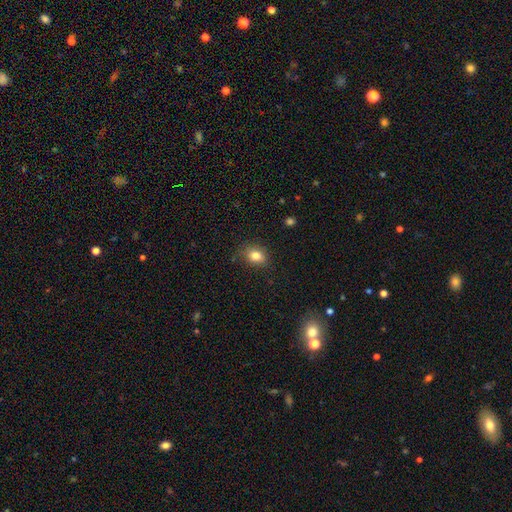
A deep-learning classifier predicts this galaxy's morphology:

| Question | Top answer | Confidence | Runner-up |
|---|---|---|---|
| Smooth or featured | smooth | 81% | star or artifact (11%) |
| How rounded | in between | 58% | round (41%) |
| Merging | none | 80% | minor disturbance (15%) |